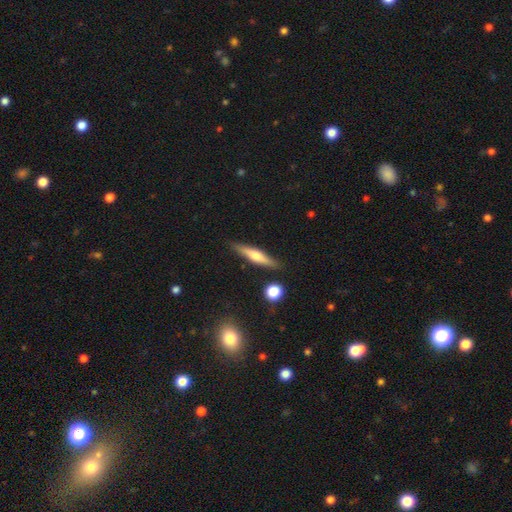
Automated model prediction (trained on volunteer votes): A featured or disk galaxy (49%). Merging: none (85%).